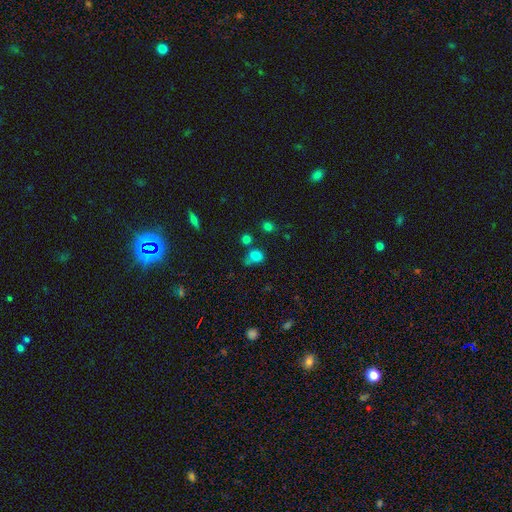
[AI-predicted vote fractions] Overall: smooth (78%). How rounded: round (60%; in between 39%). Merging: none (52%; minor disturbance 26%).